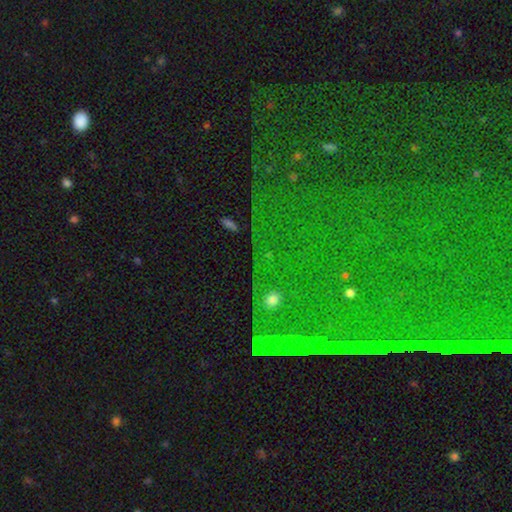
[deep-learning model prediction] Overall: star or artifact (64%).